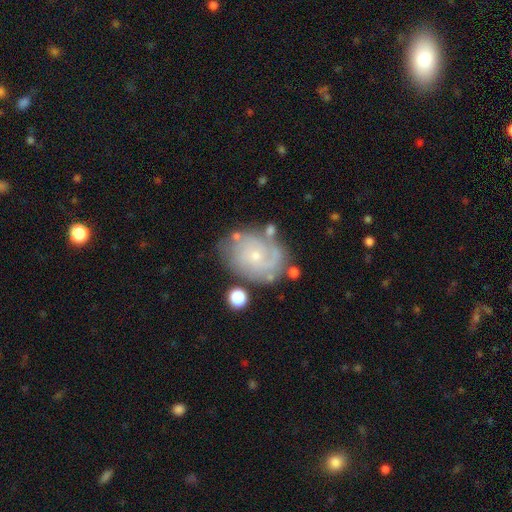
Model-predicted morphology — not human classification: featured or disk 75%, smooth 18%, star or artifact 7%. Down the decision tree: edge-on disk — no (97%); bar — no (80%); spiral arms — yes (87%); spiral arm count — can't tell (39%); spiral winding — tight (58%); bulge size — small (80%); merging — none (67%).